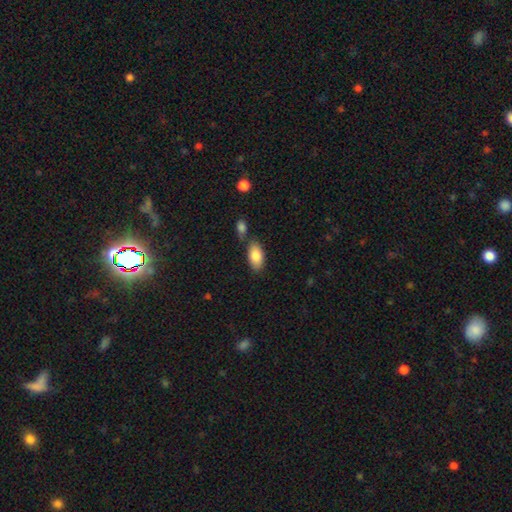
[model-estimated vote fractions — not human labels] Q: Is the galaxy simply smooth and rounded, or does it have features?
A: smooth — 85%.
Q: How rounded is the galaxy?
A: in between — 93%.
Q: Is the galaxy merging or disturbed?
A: none — 67%.